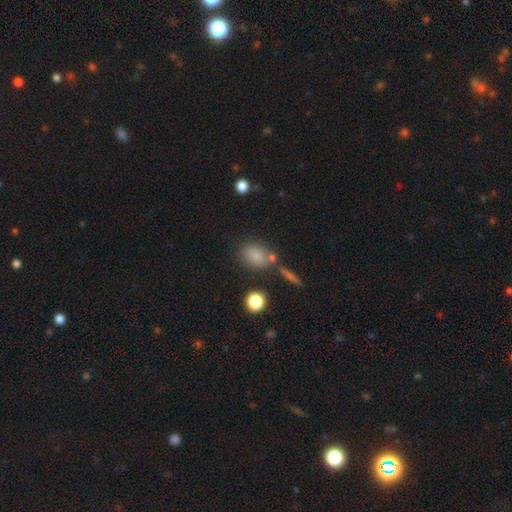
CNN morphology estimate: The model was most divided on "how rounded": in between: 66%, round: 31%, cigar-shaped: 3%. More confident: smooth or featured — smooth (80%); merging — none (64%).